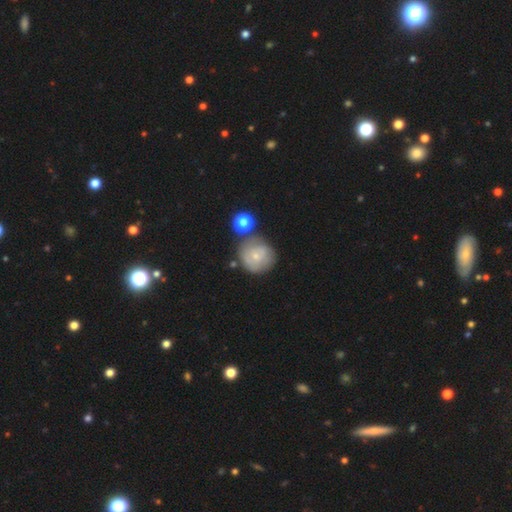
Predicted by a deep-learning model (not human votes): Smooth or featured? Predicted: smooth (p=0.55). How rounded? Predicted: round (p=0.91). Merging? Predicted: none (p=0.57).